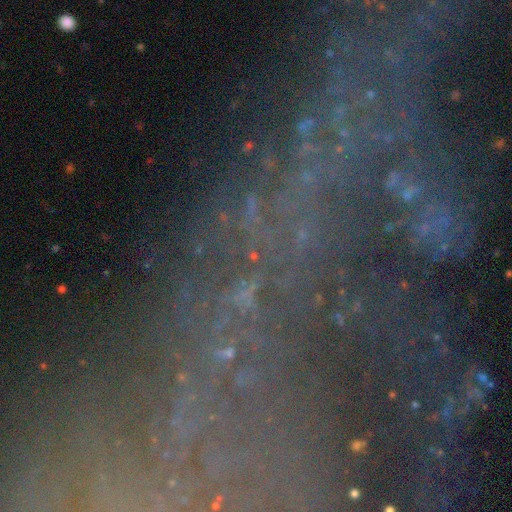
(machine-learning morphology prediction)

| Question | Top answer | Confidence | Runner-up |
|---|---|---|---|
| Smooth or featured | star or artifact | 63% | featured or disk (24%) |